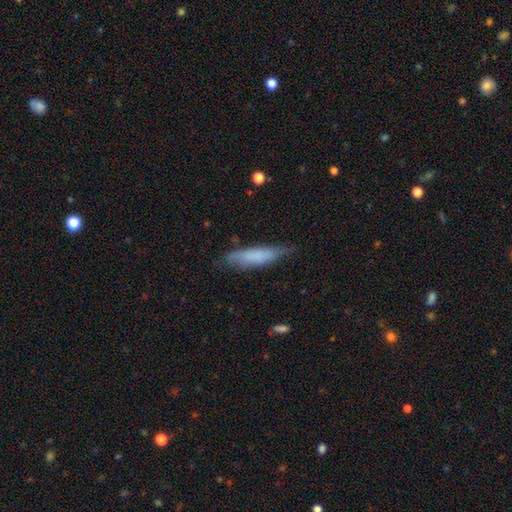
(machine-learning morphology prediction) A smooth galaxy with no disk features (69%) that is cigar-shaped (77%).

Vote fractions:
- Smooth or featured? smooth: 69% / featured or disk: 24% / star or artifact: 7%
- How rounded? cigar-shaped: 77% / in between: 21% / round: 2%
- Merging? none: 69% / minor disturbance: 24% / major disturbance: 5% / merger: 2%